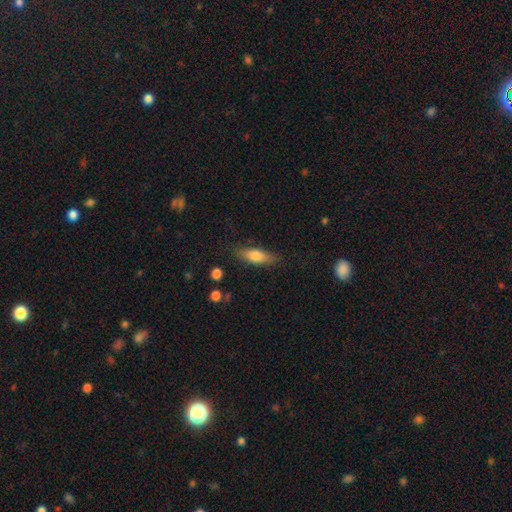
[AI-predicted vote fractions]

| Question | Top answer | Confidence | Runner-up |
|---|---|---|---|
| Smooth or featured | smooth | 75% | featured or disk (19%) |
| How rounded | in between | 60% | cigar-shaped (37%) |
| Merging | none | 81% | minor disturbance (14%) |